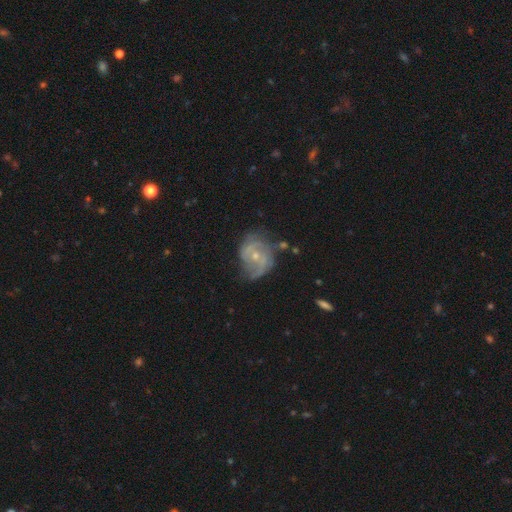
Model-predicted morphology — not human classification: Smooth or featured: featured or disk — 80% (smooth — 13%)
Edge-on disk: no — 97% (yes — 3%)
Bar: no — 64% (weak — 30%)
Spiral arms: yes — 90% (no — 10%)
Spiral winding: medium — 44% (tight — 34%)
Spiral arm count: 2 — 60% (can't tell — 19%)
Bulge size: small — 63% (moderate — 33%)
Merging: none — 56% (minor disturbance — 27%)